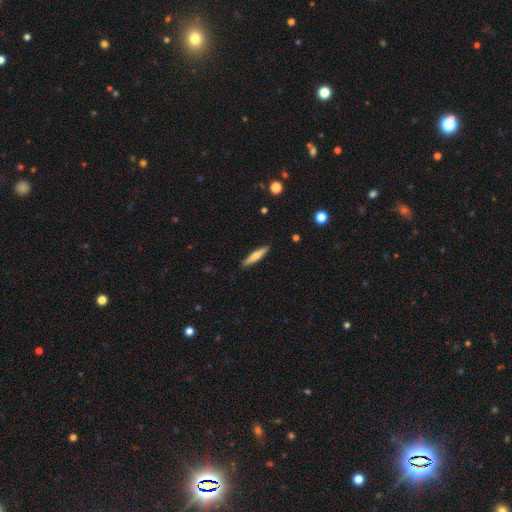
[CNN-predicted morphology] Q: Smooth or featured?
A: smooth (65%); runner-up: featured or disk (30%)
Q: How rounded?
A: cigar-shaped (88%); runner-up: in between (11%)
Q: Merging?
A: none (91%); runner-up: minor disturbance (7%)